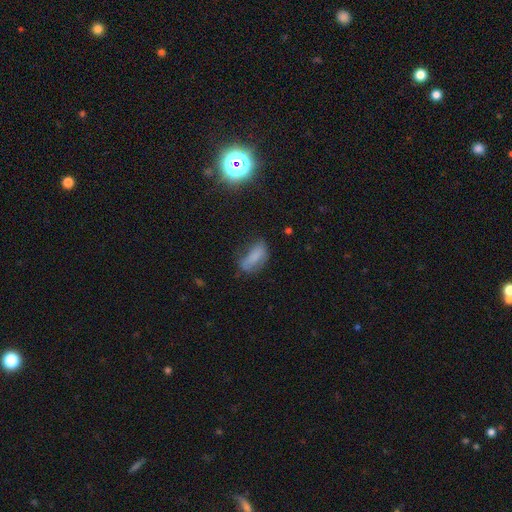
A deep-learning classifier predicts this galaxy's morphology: A smooth galaxy with no disk features (73%) that is in between round and cigar-shaped (77%). Merging: none (45%).